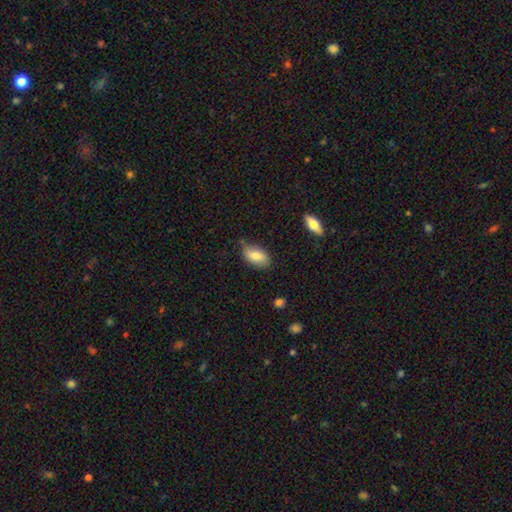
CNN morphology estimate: Smooth or featured: smooth — 78% (featured or disk — 15%)
How rounded: in between — 92% (round — 4%)
Merging: none — 64% (minor disturbance — 29%)